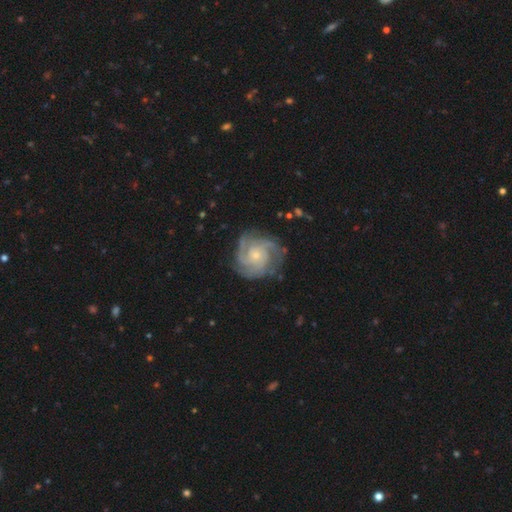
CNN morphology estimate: This is clearly a featured or disk galaxy (88%). It is clearly not viewed edge-on (98%). Bar: likely no (76%). Spiral arm pattern: clearly yes (98%). Spiral arm count: marginally 3 (40%). Spiral winding: possibly tight (59%). Central bulge: likely small (69%). Merging: likely none (77%).